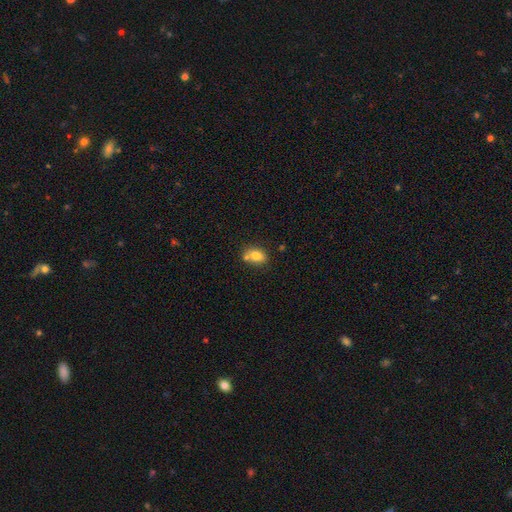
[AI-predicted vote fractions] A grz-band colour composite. It shows a smooth galaxy with no disk features (78%) that is in between round and cigar-shaped (76%). Merging: none (52%).